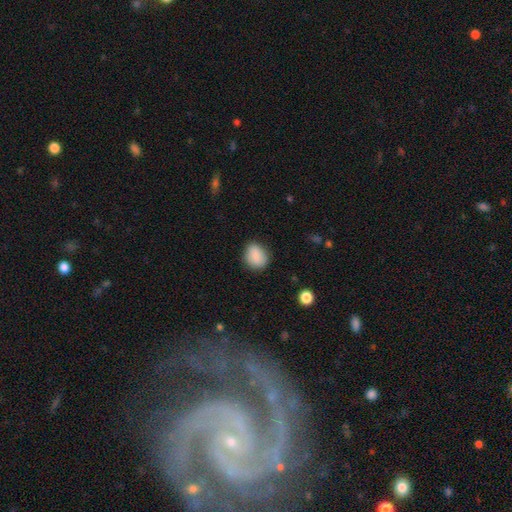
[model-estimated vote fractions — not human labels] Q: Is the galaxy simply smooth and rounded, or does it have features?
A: smooth — 87%.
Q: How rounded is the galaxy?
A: round — 51%.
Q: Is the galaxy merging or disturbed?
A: none — 81%.